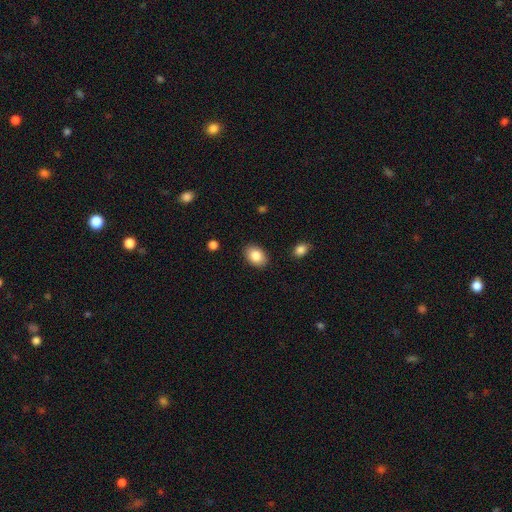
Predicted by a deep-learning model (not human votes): smooth-or-featured: smooth: 85% | star or artifact: 8% | featured or disk: 7%
  how-rounded: in between: 79% | round: 20% | cigar-shaped: 1%
  merging: none: 87% | minor disturbance: 9% | major disturbance: 2% | merger: 1%